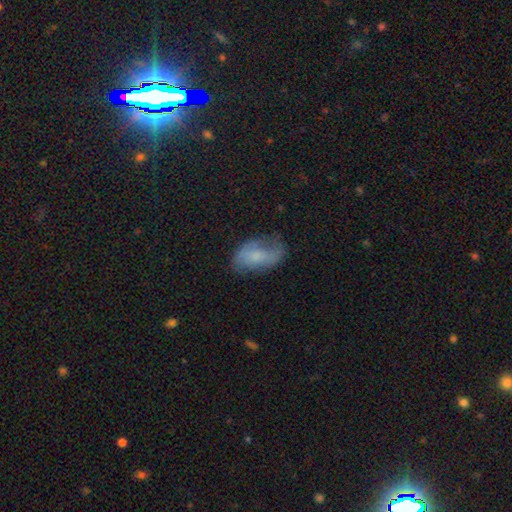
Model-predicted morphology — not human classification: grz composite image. It shows a smooth galaxy with no disk features (55%) that is in between round and cigar-shaped (91%). Merging: none (51%).